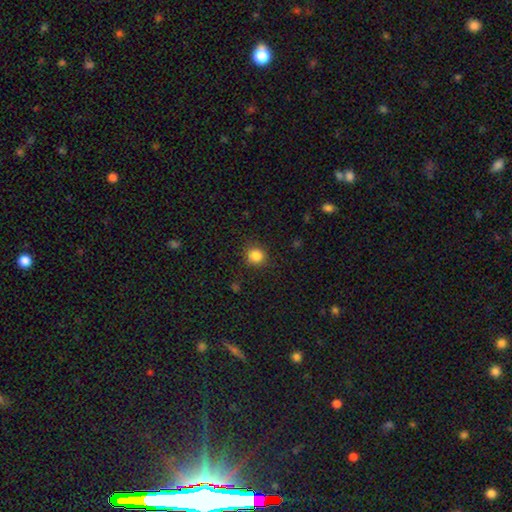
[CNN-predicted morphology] Smooth or featured: smooth — 85% (star or artifact — 11%)
How rounded: round — 87% (in between — 12%)
Merging: none — 88% (minor disturbance — 8%)